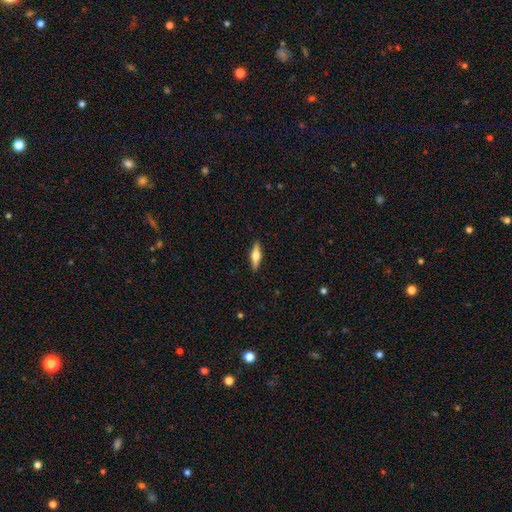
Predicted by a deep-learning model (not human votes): Smooth or featured: featured or disk — 57% (smooth — 37%)
Edge-on disk: yes — 96% (no — 4%)
Edge-on bulge: rounded — 93% (boxy — 5%)
Merging: none — 90% (minor disturbance — 7%)